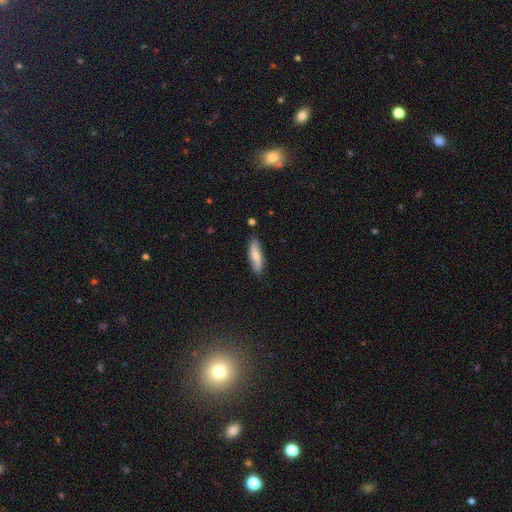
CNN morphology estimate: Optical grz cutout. It shows a smooth galaxy with no disk features (70%) that is cigar-shaped (63%). Merging: none (83%).